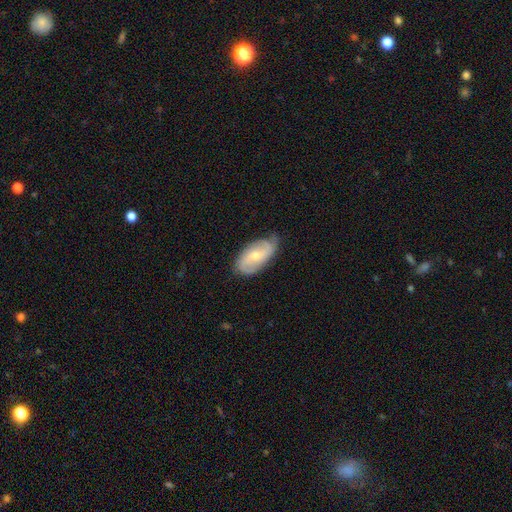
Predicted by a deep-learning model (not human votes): Smooth or featured? featured or disk (69%)
Edge-on disk? no (94%)
Bar? no (53%)
Spiral arms? yes (91%)
Spiral winding? medium (42%)
Spiral arm count? 2 (63%)
Bulge size? small (50%)
Merging? none (71%)